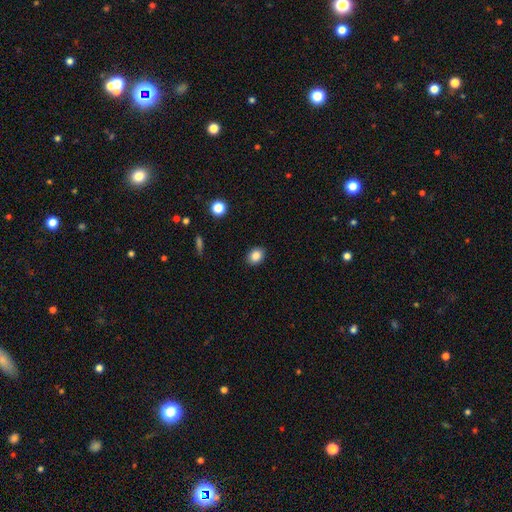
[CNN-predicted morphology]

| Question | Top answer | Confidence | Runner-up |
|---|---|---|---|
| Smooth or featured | smooth | 86% | star or artifact (10%) |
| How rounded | in between | 53% | round (46%) |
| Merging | none | 89% | minor disturbance (8%) |